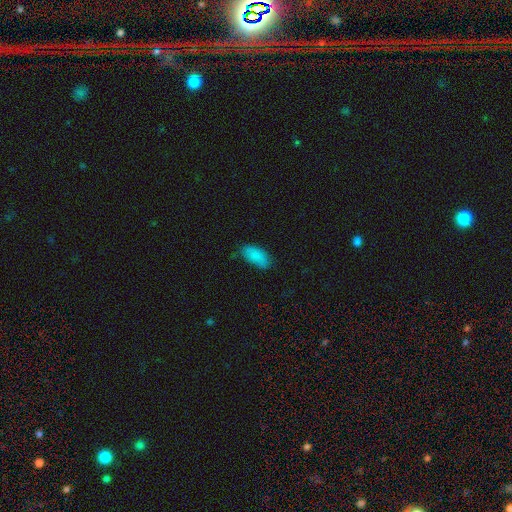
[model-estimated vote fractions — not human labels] The model was most divided on "merging": none: 74%, minor disturbance: 21%, major disturbance: 4%, merger: 1%. More confident: how rounded — in between (91%); smooth or featured — smooth (87%).